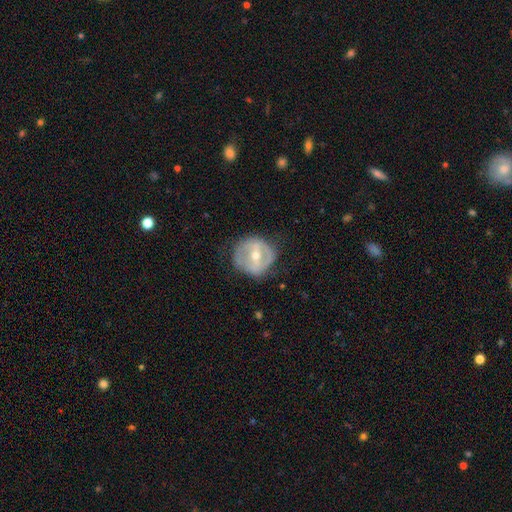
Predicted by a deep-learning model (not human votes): Morphology: type=featured or disk (69%); edge-on=no (93%); bar=strong (53%); spiral arms=no (63%); bulge=moderate (55%); merging=none (74%).